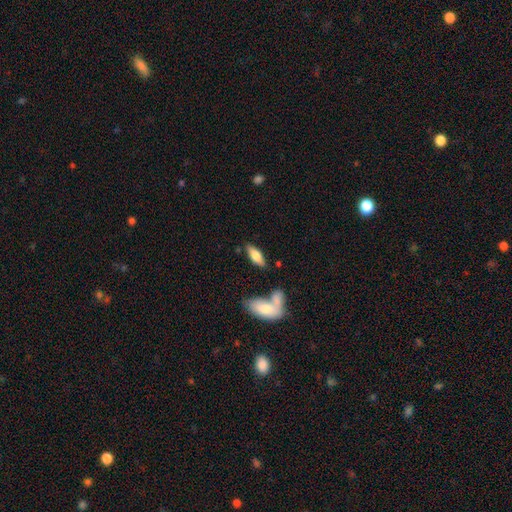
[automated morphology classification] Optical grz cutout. It shows a smooth galaxy with no disk features (66%) that is in between round and cigar-shaped (69%). Merging: none (76%).